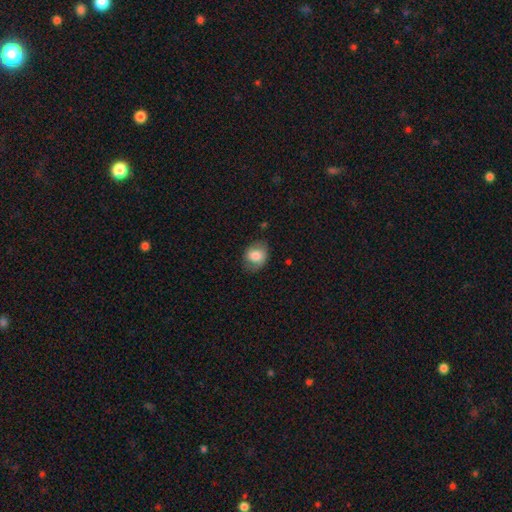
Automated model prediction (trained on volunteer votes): smooth 75%, featured or disk 17%, star or artifact 8%. Down the decision tree: how rounded — round (50%); merging — none (66%).